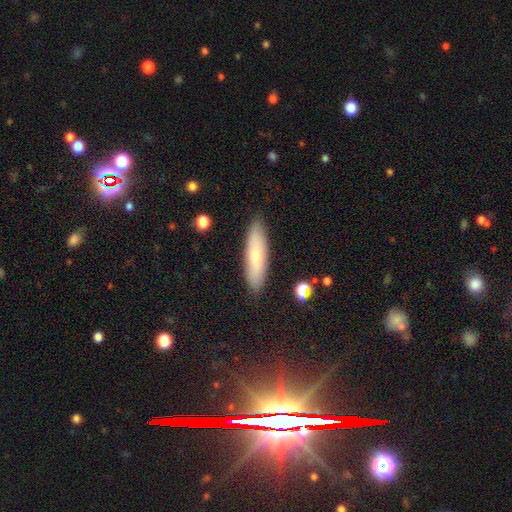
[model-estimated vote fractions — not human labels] Smooth or featured? smooth (66%)
How rounded? cigar-shaped (63%)
Merging? none (88%)